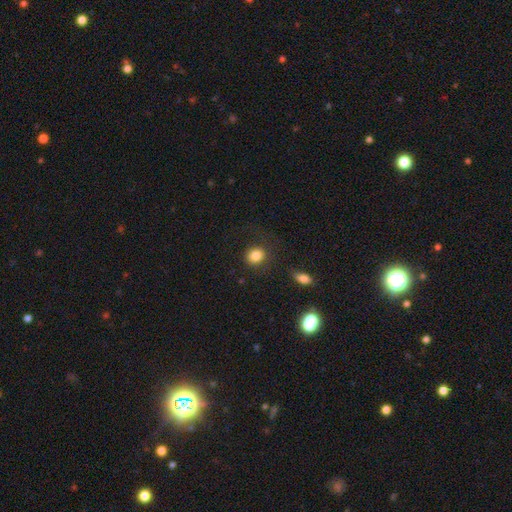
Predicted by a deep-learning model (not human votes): Smooth or featured?
  - smooth: 84% *
  - star or artifact: 10%
  - featured or disk: 6%
How rounded?
  - round: 78% *
  - in between: 21%
  - cigar-shaped: 1%
Merging?
  - none: 79% *
  - minor disturbance: 12%
  - major disturbance: 6%
  - merger: 3%